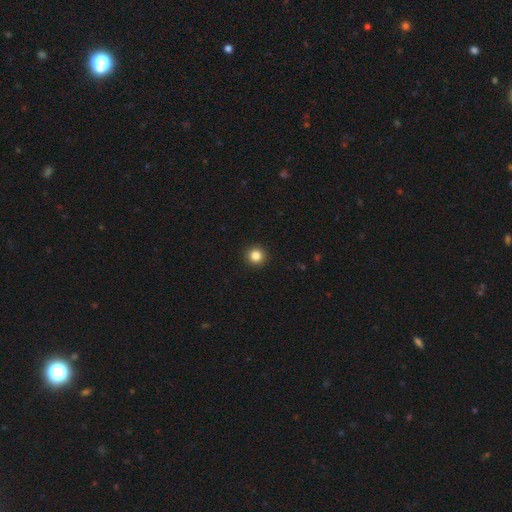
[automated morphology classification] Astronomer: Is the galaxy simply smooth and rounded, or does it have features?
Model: smooth — 85%.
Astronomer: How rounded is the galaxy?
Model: round — 95%.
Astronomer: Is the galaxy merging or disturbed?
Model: none — 93%.